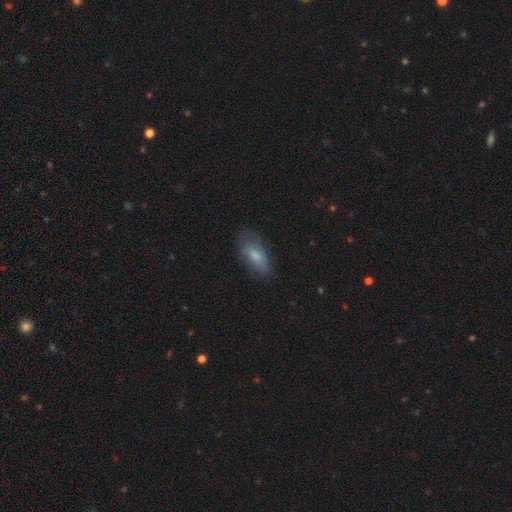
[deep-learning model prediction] The model was most divided on "merging": none: 63%, minor disturbance: 26%, major disturbance: 10%, merger: 1%. More confident: how rounded — in between (87%); smooth or featured — smooth (71%).